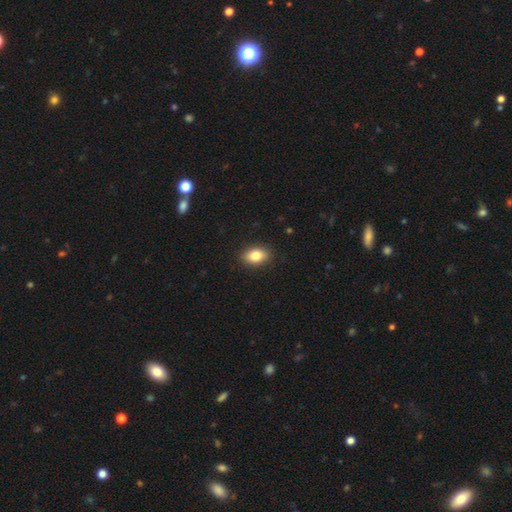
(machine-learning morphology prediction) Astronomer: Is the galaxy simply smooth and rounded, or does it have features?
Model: smooth — 81%.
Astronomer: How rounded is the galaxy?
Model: in between — 84%.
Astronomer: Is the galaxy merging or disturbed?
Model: none — 89%.